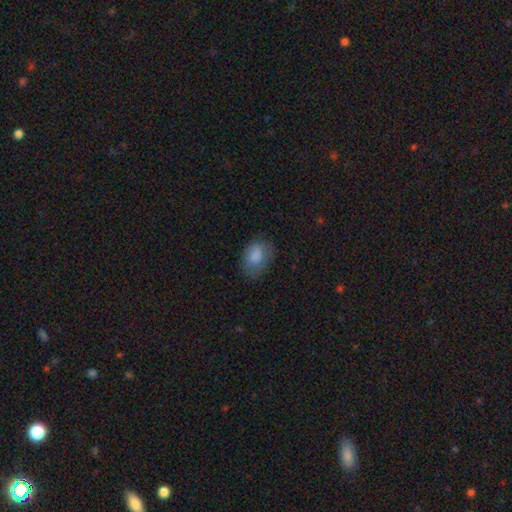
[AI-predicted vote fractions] A smooth galaxy with no disk features (81%) that is in between round and cigar-shaped (75%). Merging: none (65%).